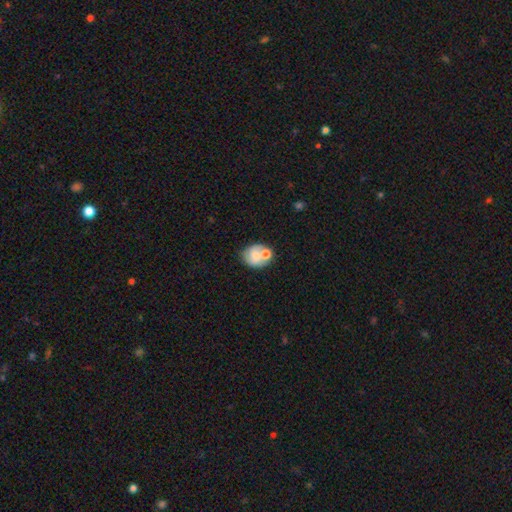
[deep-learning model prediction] Overall: smooth (58%; featured or disk 34%). How rounded: round (61%; in between 38%). Merging: none (45%; merger 29%).